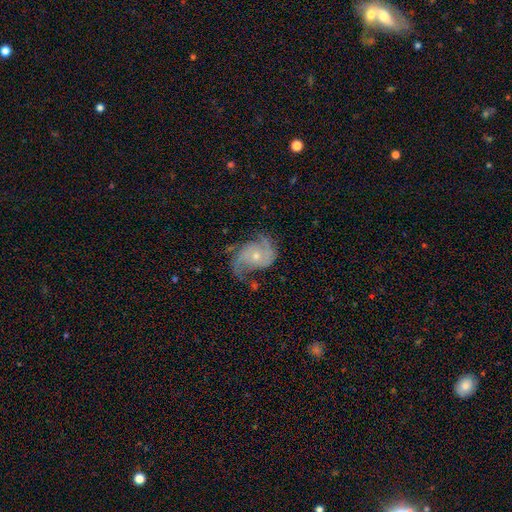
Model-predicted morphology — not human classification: This appears to be a featured or disk galaxy (85%) with no bar (72%), 2 (83%) medium (47%) spiral arms (96%) and a small central bulge (60%). Merging: none (62%).